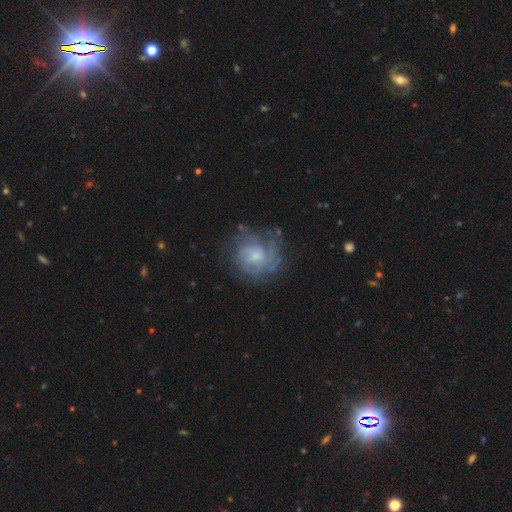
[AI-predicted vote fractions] smooth_or_featured: featured or disk (p=0.70) [alt: smooth p=0.22]
disk_edge_on: no (p=0.98) [alt: yes p=0.02]
bar: no (p=0.68) [alt: weak p=0.29]
has_spiral_arms: yes (p=0.84) [alt: no p=0.16]
spiral_winding: tight (p=0.50) [alt: medium p=0.35]
spiral_arm_count: can't tell (p=0.45) [alt: 3 p=0.17]
bulge_size: small (p=0.47) [alt: moderate p=0.35]
merging: none (p=0.62) [alt: minor disturbance p=0.20]